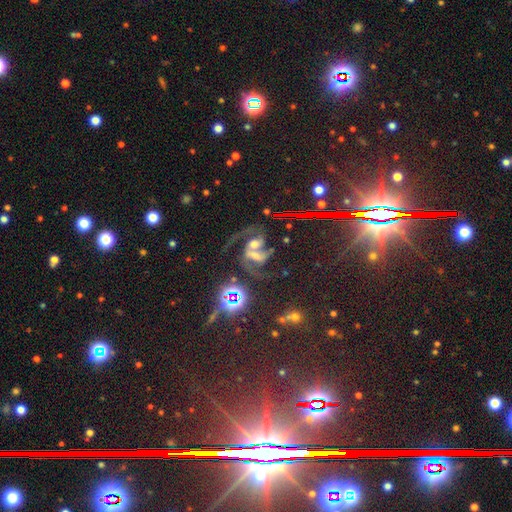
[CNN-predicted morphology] Q: Smooth or featured?
A: featured or disk (71%); runner-up: star or artifact (17%)
Q: Edge-on disk?
A: no (97%); runner-up: yes (3%)
Q: Bar?
A: no (37%); runner-up: weak (36%)
Q: Spiral arms?
A: yes (90%); runner-up: no (10%)
Q: Spiral winding?
A: medium (45%); runner-up: loose (42%)
Q: Spiral arm count?
A: 2 (74%); runner-up: 1 (12%)
Q: Bulge size?
A: moderate (46%); runner-up: small (22%)
Q: Merging?
A: merger (53%); runner-up: none (20%)